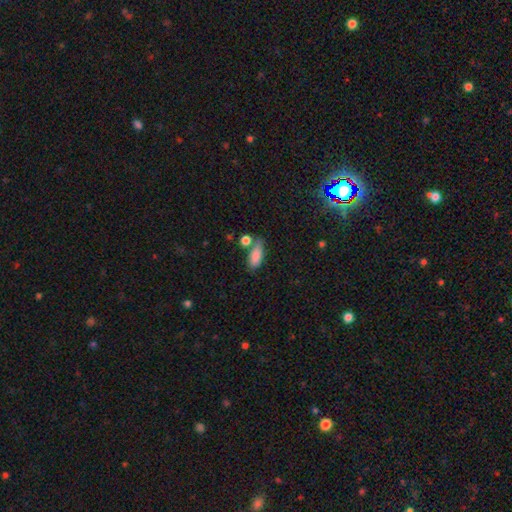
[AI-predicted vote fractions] Smooth or featured? Predicted: smooth (p=0.83). How rounded? Predicted: in between (p=0.78). Merging? Predicted: none (p=0.53).